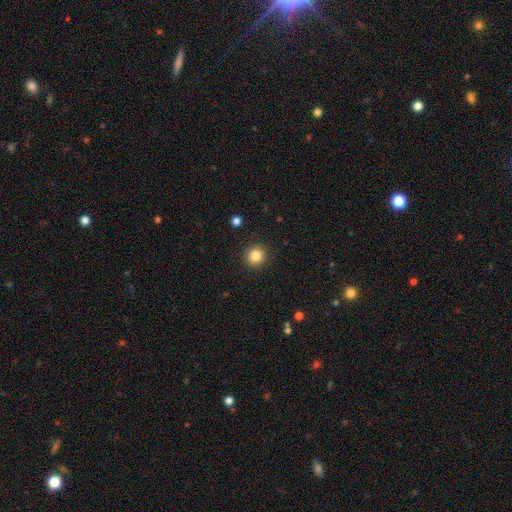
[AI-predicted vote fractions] A smooth galaxy with no disk features (84%) that is round (91%). Merging: none (92%).